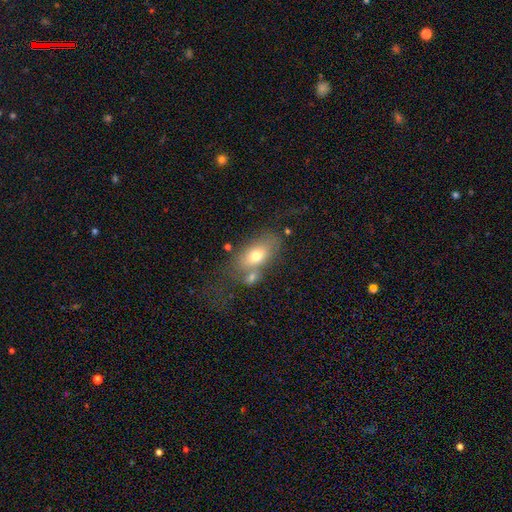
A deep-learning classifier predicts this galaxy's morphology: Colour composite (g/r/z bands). It shows a smooth galaxy with no disk features (69%) that is in between round and cigar-shaped (85%). Merging: none (51%).